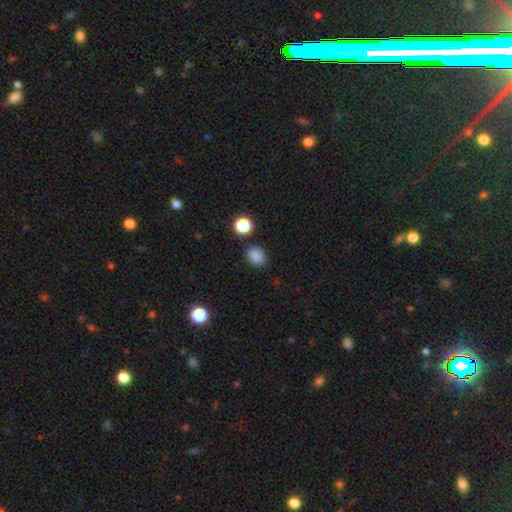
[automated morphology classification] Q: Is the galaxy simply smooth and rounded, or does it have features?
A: smooth — 84%.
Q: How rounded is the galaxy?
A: in between — 51%.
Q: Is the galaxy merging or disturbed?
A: none — 80%.